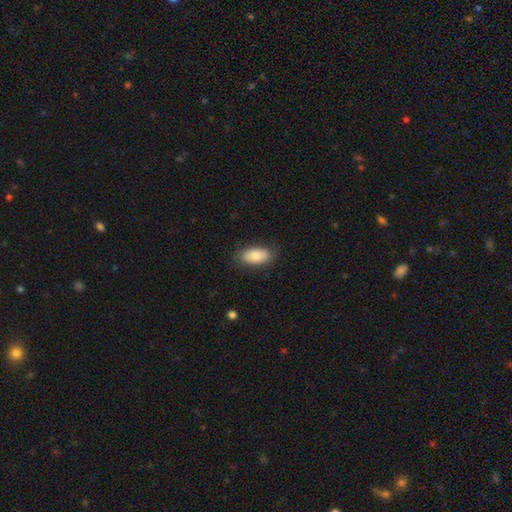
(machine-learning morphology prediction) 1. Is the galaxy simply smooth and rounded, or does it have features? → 81% smooth, 12% featured or disk, 7% star or artifact.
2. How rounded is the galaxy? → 93% in between, 4% round, 3% cigar-shaped.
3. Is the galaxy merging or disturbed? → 82% none, 14% minor disturbance, 3% major disturbance, 1% merger.